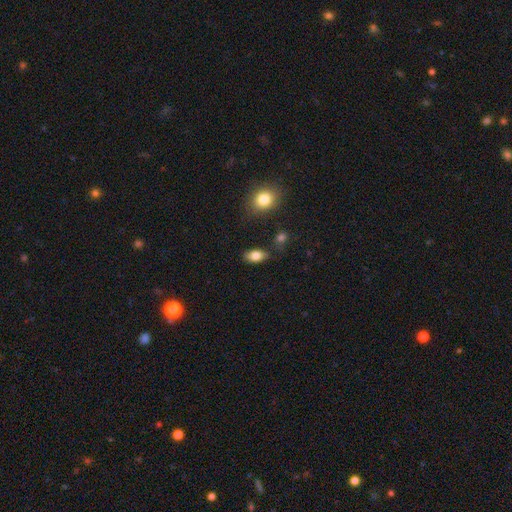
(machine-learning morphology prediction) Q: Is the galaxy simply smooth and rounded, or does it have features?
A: smooth — 81%.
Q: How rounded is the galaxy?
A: in between — 90%.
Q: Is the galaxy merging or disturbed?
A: none — 80%.